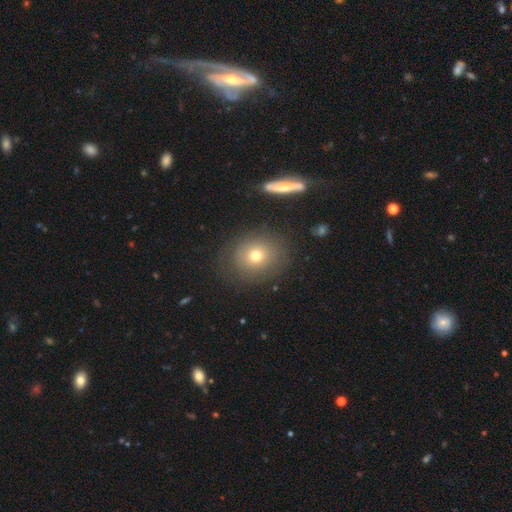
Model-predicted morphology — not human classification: Smooth or featured? smooth (69%)
How rounded? round (71%)
Merging? none (78%)